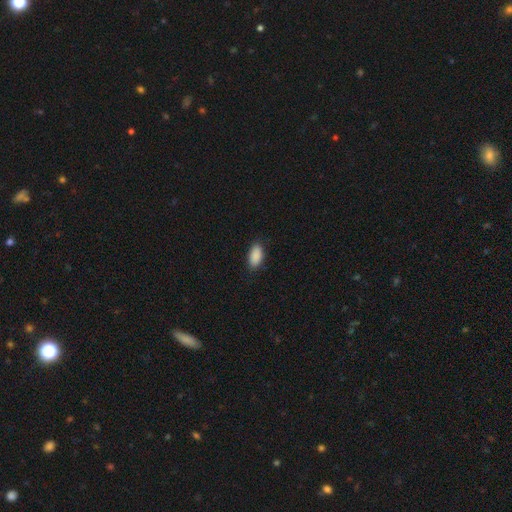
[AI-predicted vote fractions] Smooth or featured? Predicted: smooth (p=0.90). How rounded? Predicted: in between (p=0.93). Merging? Predicted: none (p=0.86).